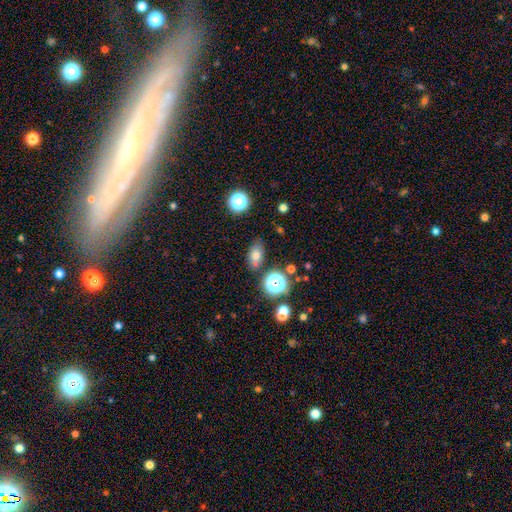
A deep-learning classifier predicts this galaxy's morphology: This is likely a smooth galaxy (71%). How rounded: clearly in between (80%). Merging: likely none (74%).